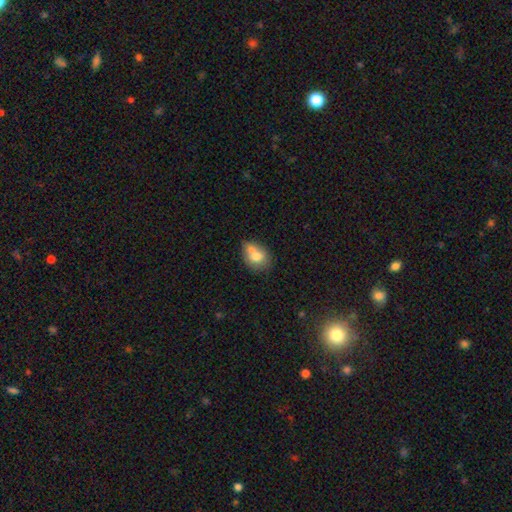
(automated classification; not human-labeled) Smooth or featured? smooth (70%)
How rounded? in between (61%)
Merging? merger (40%)